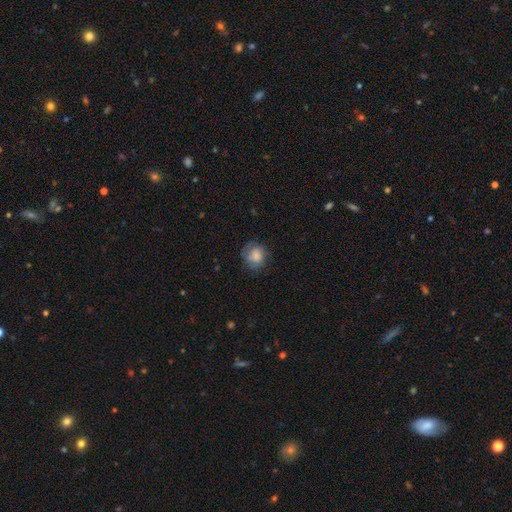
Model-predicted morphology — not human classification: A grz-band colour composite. It shows a smooth galaxy with no disk features (76%) that is round (82%). Merging: none (69%).